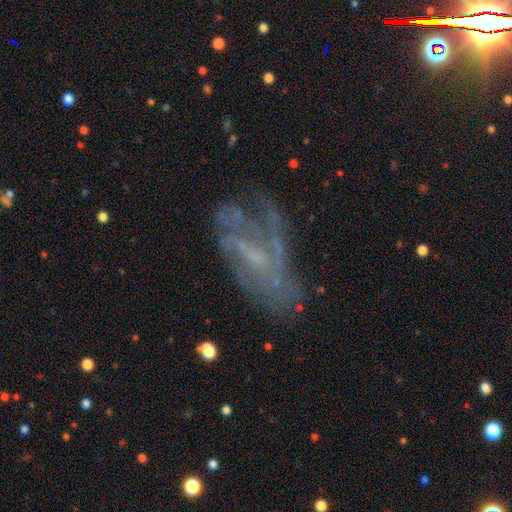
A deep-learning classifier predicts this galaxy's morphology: Smooth or featured? Predicted: featured or disk (p=0.69). Edge-on disk? Predicted: no (p=0.93). Bar? Predicted: no (p=0.47). Spiral arms? Predicted: yes (p=0.63). Bulge size? Predicted: small (p=0.49). Merging? Predicted: none (p=0.47).